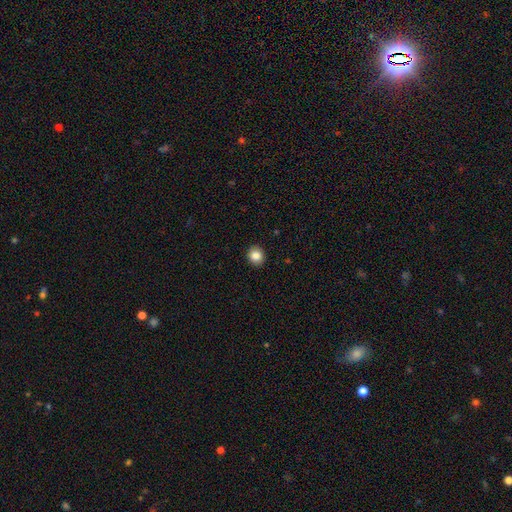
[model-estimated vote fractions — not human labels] Smooth or featured?
  - smooth: 85% *
  - star or artifact: 10%
  - featured or disk: 6%
How rounded?
  - round: 82% *
  - in between: 17%
  - cigar-shaped: 1%
Merging?
  - none: 92% *
  - minor disturbance: 5%
  - major disturbance: 1%
  - merger: 1%